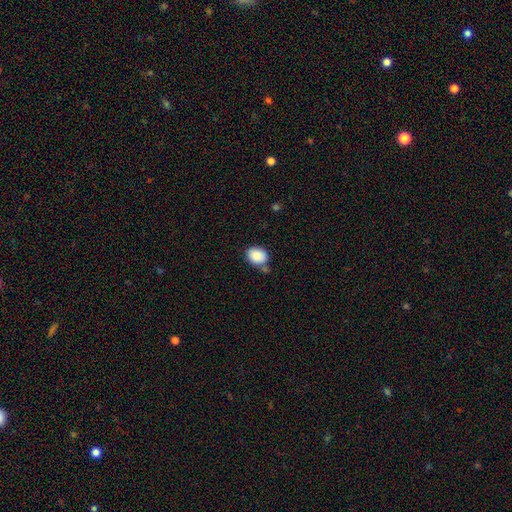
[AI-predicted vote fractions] A smooth galaxy with no disk features (86%) that is in between round and cigar-shaped (55%).

Vote fractions:
- Smooth or featured? smooth: 86% / star or artifact: 8% / featured or disk: 6%
- How rounded? in between: 55% / round: 44% / cigar-shaped: 1%
- Merging? none: 68% / minor disturbance: 18% / merger: 10% / major disturbance: 4%